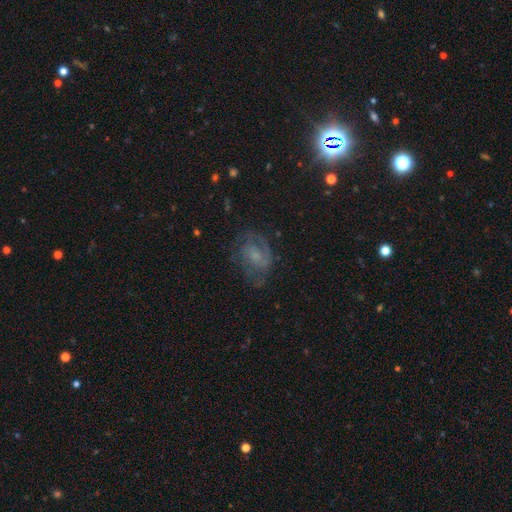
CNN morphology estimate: featured or disk 65%, smooth 24%, star or artifact 12%. Down the decision tree: edge-on disk — no (97%); bar — no (54%); spiral arms — yes (83%); spiral arm count — 2 (54%); spiral winding — medium (47%); bulge size — small (49%); merging — none (61%).